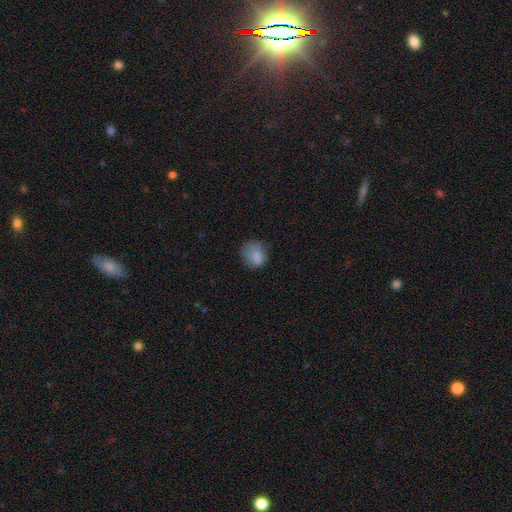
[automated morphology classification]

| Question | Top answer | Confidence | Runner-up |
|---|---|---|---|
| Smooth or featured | smooth | 81% | star or artifact (10%) |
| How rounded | round | 66% | in between (33%) |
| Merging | none | 61% | minor disturbance (26%) |